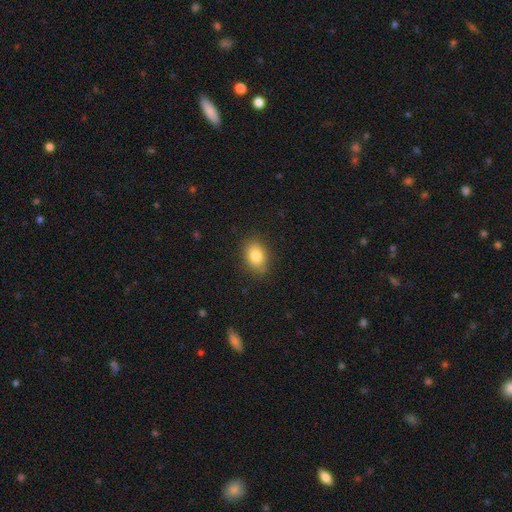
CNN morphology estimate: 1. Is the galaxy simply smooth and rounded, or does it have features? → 83% smooth, 9% star or artifact, 8% featured or disk.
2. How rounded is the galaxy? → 80% in between, 19% round, 1% cigar-shaped.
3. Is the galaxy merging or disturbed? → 85% none, 11% minor disturbance, 3% major disturbance, 1% merger.